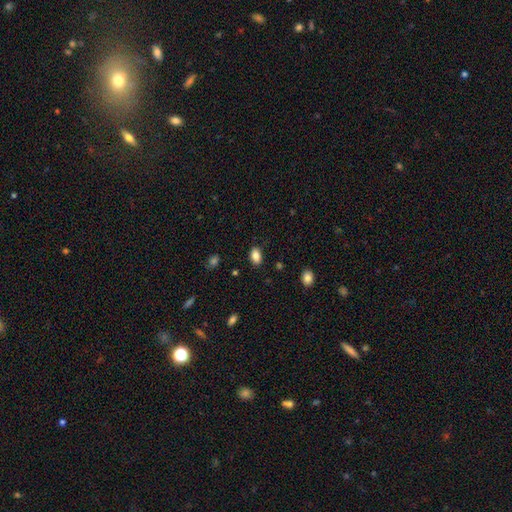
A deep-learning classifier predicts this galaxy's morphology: A smooth galaxy with no disk features (86%) that is in between round and cigar-shaped (90%). Merging: none (86%).